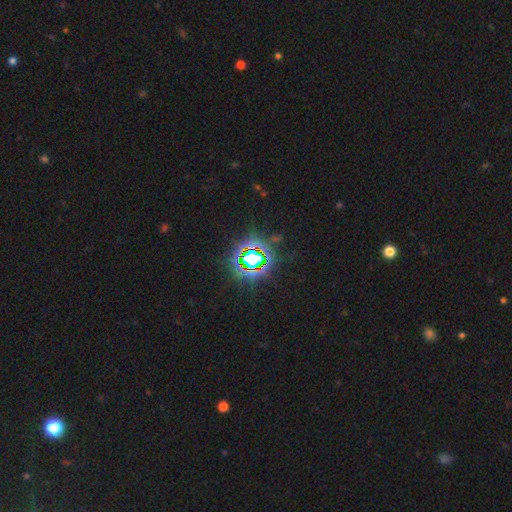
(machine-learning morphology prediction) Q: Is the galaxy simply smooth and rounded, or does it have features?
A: star or artifact — 79%.